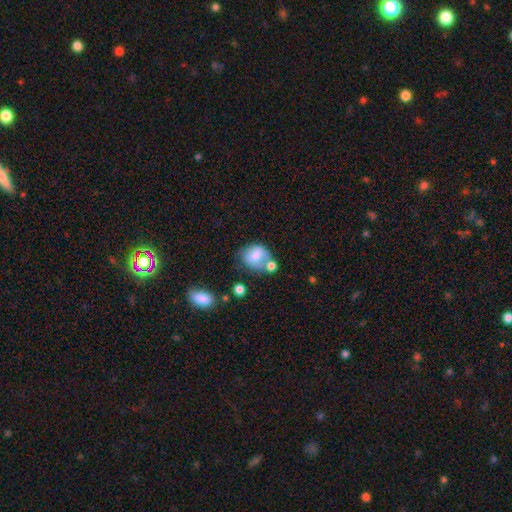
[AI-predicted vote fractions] This appears to be a smooth galaxy with no disk features (67%) that is round (50%). Merging: none (36%).